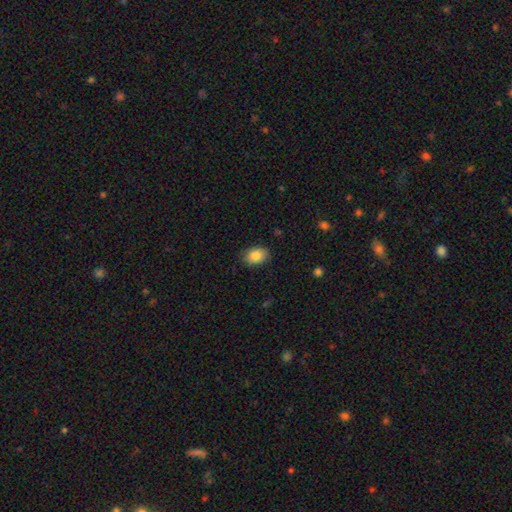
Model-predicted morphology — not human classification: smooth 85%, star or artifact 8%, featured or disk 7%. Down the decision tree: how rounded — in between (76%); merging — none (86%).